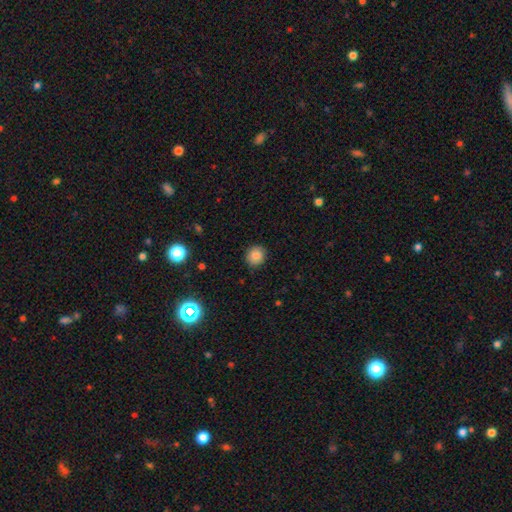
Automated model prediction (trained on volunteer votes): A smooth galaxy with no disk features (85%) that is round (87%).

Vote fractions:
- Smooth or featured? smooth: 85% / star or artifact: 11% / featured or disk: 4%
- How rounded? round: 87% / in between: 12% / cigar-shaped: 1%
- Merging? none: 89% / minor disturbance: 8% / major disturbance: 2% / merger: 1%